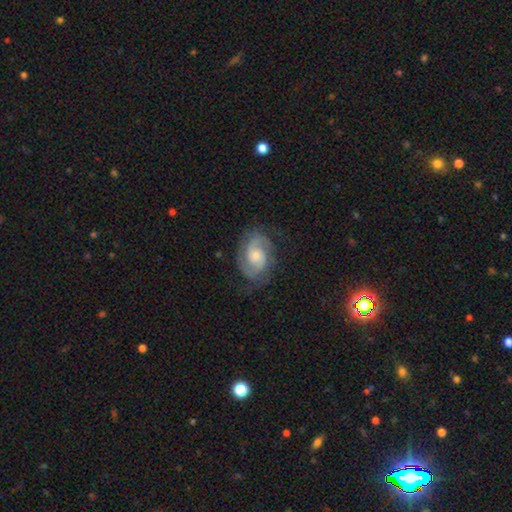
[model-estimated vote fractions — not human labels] Smooth or featured? featured or disk (79%)
Edge-on disk? no (97%)
Bar? no (60%)
Spiral arms? yes (95%)
Spiral winding? medium (48%)
Spiral arm count? 2 (82%)
Bulge size? moderate (47%)
Merging? none (73%)